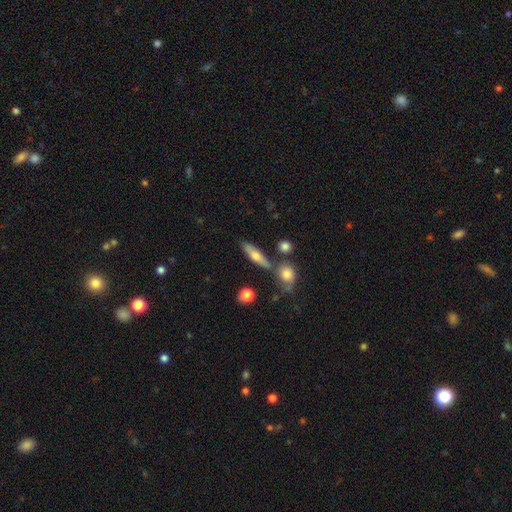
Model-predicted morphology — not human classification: Smooth or featured? smooth (59%)
How rounded? cigar-shaped (65%)
Merging? none (72%)